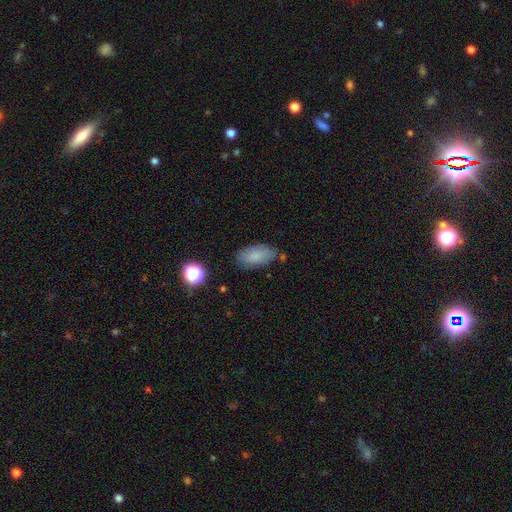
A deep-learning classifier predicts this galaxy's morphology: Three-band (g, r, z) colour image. It shows a smooth galaxy with no disk features (83%) that is in between round and cigar-shaped (91%). Merging: none (74%).